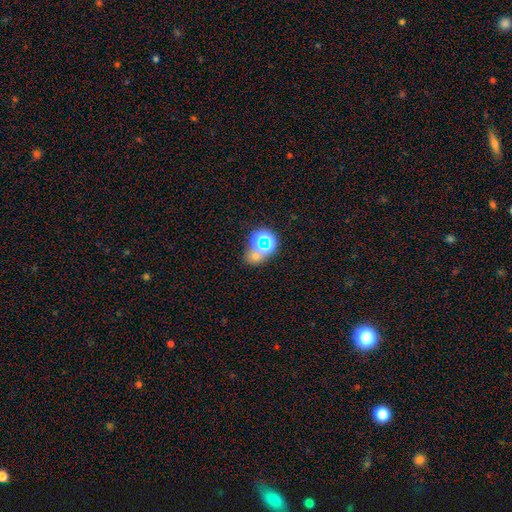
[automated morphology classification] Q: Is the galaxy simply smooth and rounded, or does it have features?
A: star or artifact — 45%.